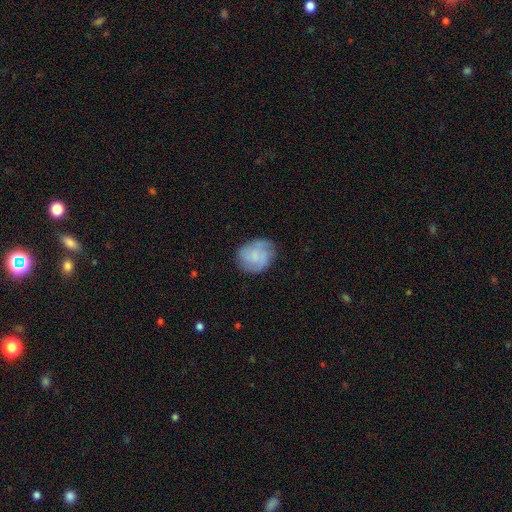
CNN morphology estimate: Smooth or featured: smooth — 58% (featured or disk — 35%)
How rounded: round — 55% (in between — 44%)
Merging: none — 69% (minor disturbance — 24%)